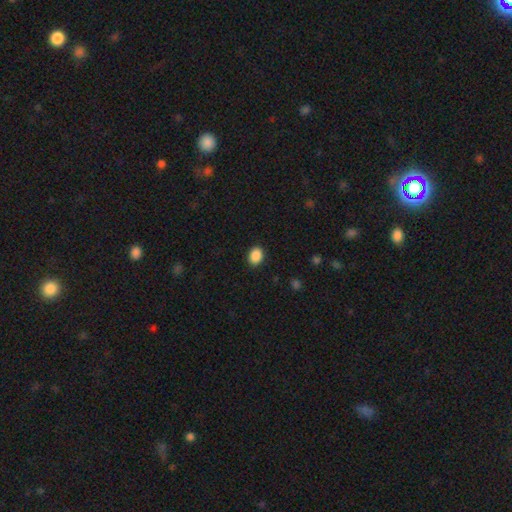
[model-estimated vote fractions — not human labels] smooth_or_featured: smooth (p=0.89) [alt: star or artifact p=0.08]
how_rounded: in between (p=0.58) [alt: round p=0.41]
merging: none (p=0.90) [alt: minor disturbance p=0.07]